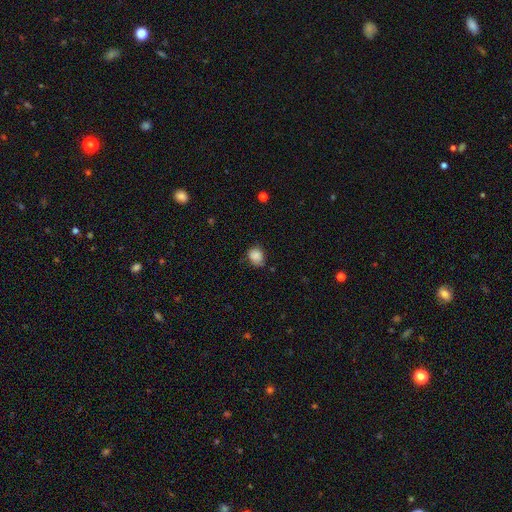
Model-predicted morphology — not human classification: This is clearly a smooth galaxy (86%). How rounded: likely round (63%). Merging: likely none (62%).